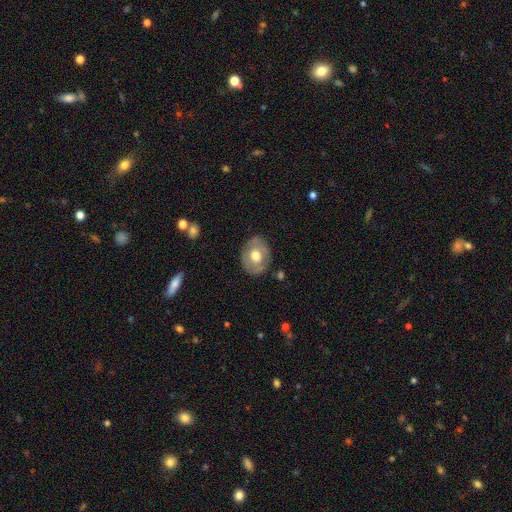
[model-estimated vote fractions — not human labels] smooth_or_featured: smooth (p=0.53) [alt: featured or disk p=0.41]
how_rounded: round (p=0.53) [alt: in between p=0.46]
merging: none (p=0.81) [alt: minor disturbance p=0.14]